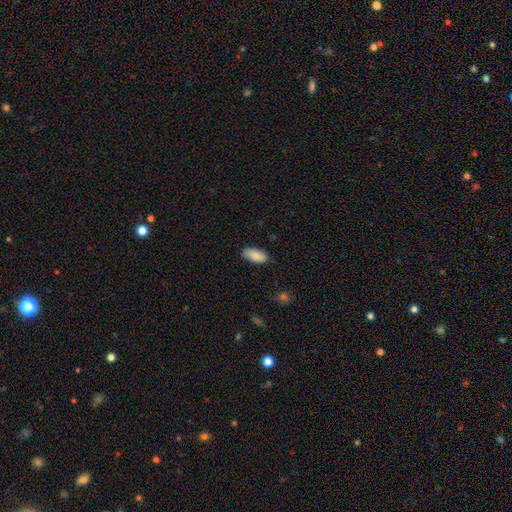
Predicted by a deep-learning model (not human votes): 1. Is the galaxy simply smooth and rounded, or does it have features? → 87% smooth, 7% star or artifact, 6% featured or disk.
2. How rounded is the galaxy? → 92% in between, 6% cigar-shaped, 2% round.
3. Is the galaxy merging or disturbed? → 83% none, 14% minor disturbance, 2% major disturbance, 1% merger.